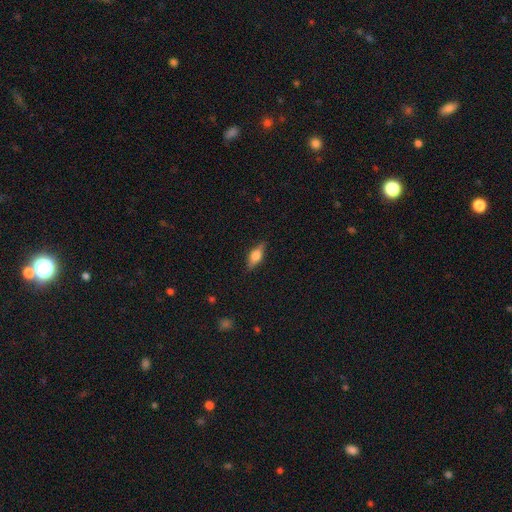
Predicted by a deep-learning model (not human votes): A smooth galaxy with no disk features (51%) that is in between round and cigar-shaped (66%).

Vote fractions:
- Smooth or featured? smooth: 51% / featured or disk: 41% / star or artifact: 8%
- How rounded? in between: 66% / cigar-shaped: 29% / round: 5%
- Merging? none: 83% / minor disturbance: 13% / major disturbance: 3% / merger: 1%